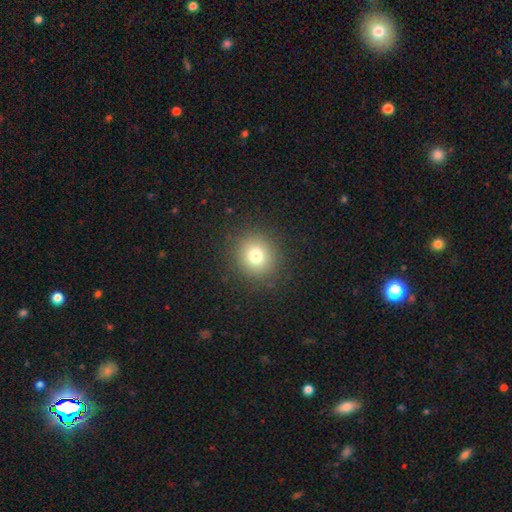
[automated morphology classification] smooth-or-featured: smooth: 76% | star or artifact: 14% | featured or disk: 10%
  how-rounded: round: 88% | in between: 11% | cigar-shaped: 1%
  merging: none: 89% | minor disturbance: 7% | major disturbance: 3% | merger: 1%